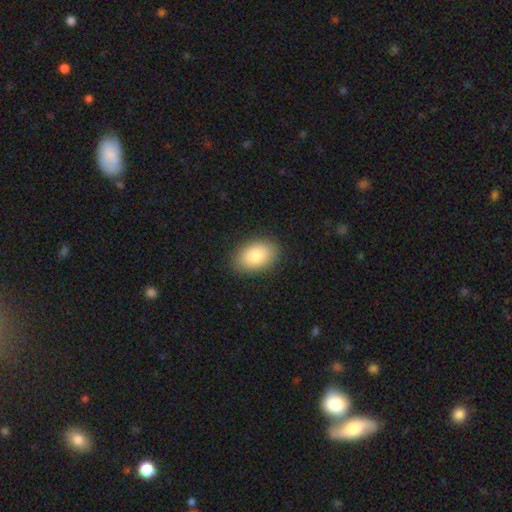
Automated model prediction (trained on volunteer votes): Smooth or featured? Predicted: smooth (p=0.84). How rounded? Predicted: in between (p=0.88). Merging? Predicted: none (p=0.88).